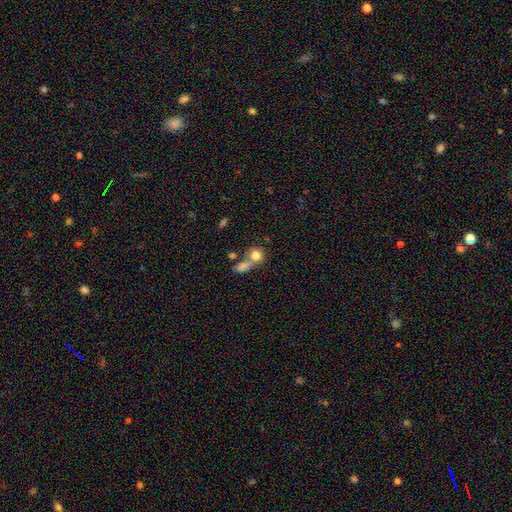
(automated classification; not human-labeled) This appears to be a smooth galaxy with no disk features (79%) that is round (75%). Merging: merger (45%).